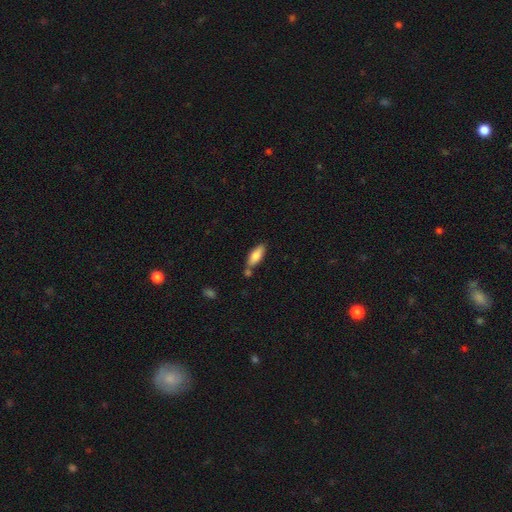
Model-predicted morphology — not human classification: type=smooth (79%); roundness=in between (71%); merging=none (62%).